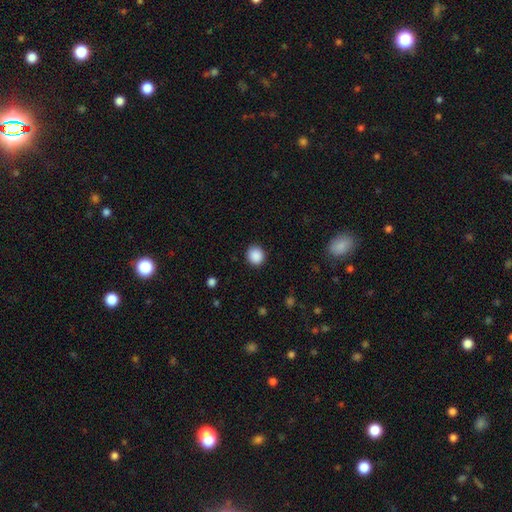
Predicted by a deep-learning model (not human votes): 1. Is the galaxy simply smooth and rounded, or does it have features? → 89% smooth, 9% star or artifact, 2% featured or disk.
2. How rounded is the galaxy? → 86% round, 14% in between, 1% cigar-shaped.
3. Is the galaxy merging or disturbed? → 90% none, 7% minor disturbance, 2% major disturbance, 1% merger.